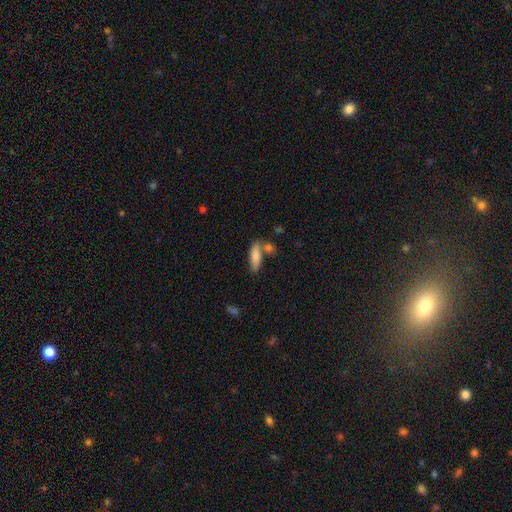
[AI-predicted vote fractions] smooth 80%, featured or disk 13%, star or artifact 7%. Down the decision tree: how rounded — in between (51%); merging — none (61%).